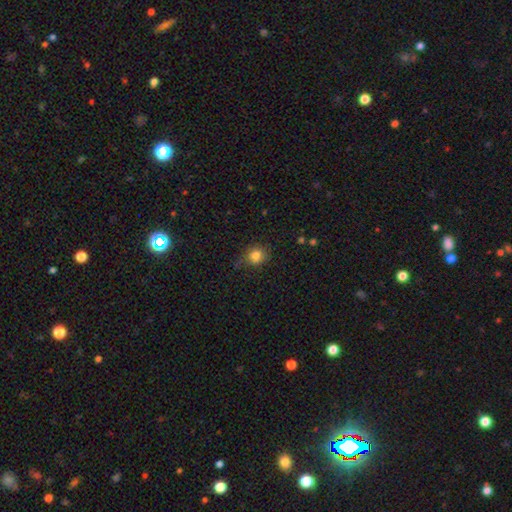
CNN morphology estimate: A smooth galaxy with no disk features (82%) that is round (80%). Merging: none (70%).